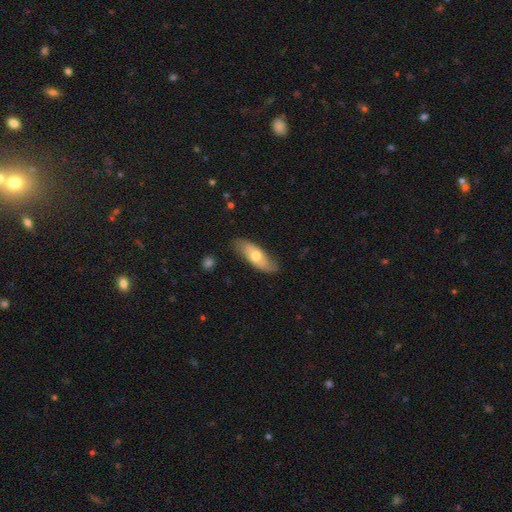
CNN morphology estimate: Smooth or featured?
  - smooth: 61% *
  - featured or disk: 33%
  - star or artifact: 6%
How rounded?
  - in between: 67% *
  - cigar-shaped: 31%
  - round: 2%
Merging?
  - none: 78% *
  - minor disturbance: 17%
  - major disturbance: 3%
  - merger: 1%